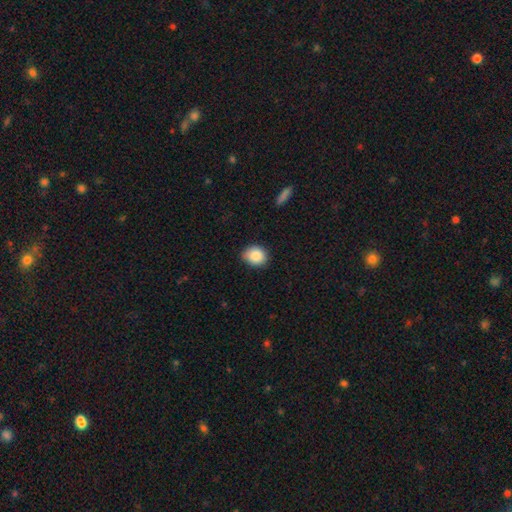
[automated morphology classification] smooth-or-featured: smooth: 87% | star or artifact: 8% | featured or disk: 4%
  how-rounded: round: 66% | in between: 33% | cigar-shaped: 1%
  merging: none: 83% | minor disturbance: 14% | major disturbance: 2% | merger: 1%